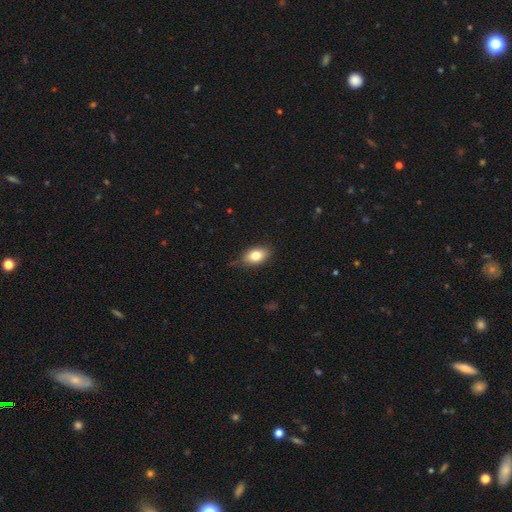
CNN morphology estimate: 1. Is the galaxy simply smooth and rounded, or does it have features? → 81% smooth, 11% featured or disk, 8% star or artifact.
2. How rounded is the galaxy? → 87% in between, 10% round, 3% cigar-shaped.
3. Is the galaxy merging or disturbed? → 78% none, 18% minor disturbance, 3% major disturbance, 1% merger.